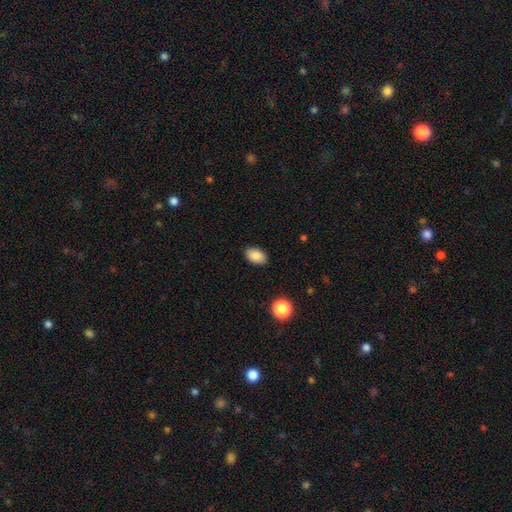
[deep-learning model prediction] Morphology: type=smooth (87%); roundness=in between (88%); merging=none (88%).